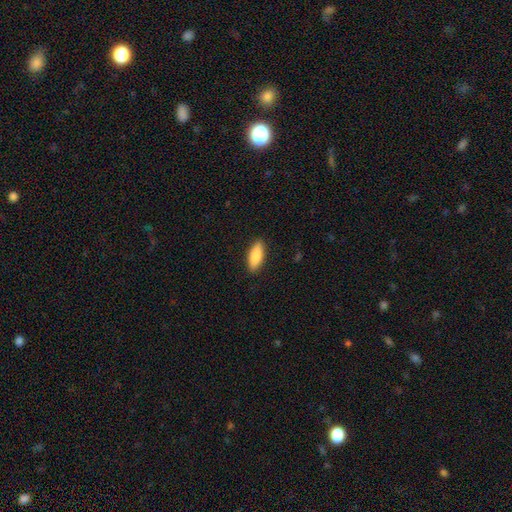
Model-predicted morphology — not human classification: A smooth galaxy with no disk features (86%) that is in between round and cigar-shaped (71%).

Vote fractions:
- Smooth or featured? smooth: 86% / featured or disk: 9% / star or artifact: 6%
- How rounded? in between: 71% / cigar-shaped: 27% / round: 2%
- Merging? none: 89% / minor disturbance: 8% / major disturbance: 2% / merger: 1%